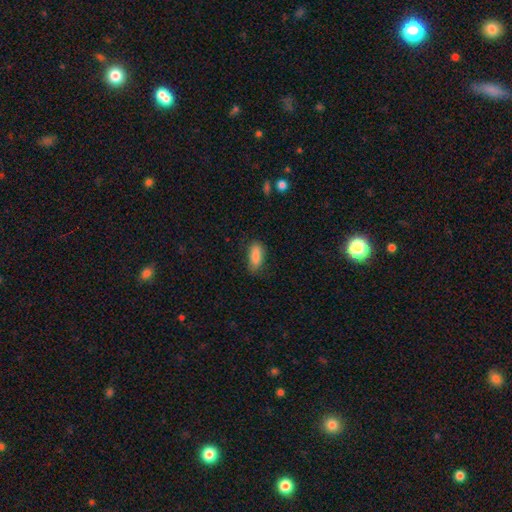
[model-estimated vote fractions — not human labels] smooth_or_featured: smooth (p=0.86) [alt: star or artifact p=0.07]
how_rounded: in between (p=0.81) [alt: cigar-shaped p=0.17]
merging: none (p=0.78) [alt: minor disturbance p=0.17]